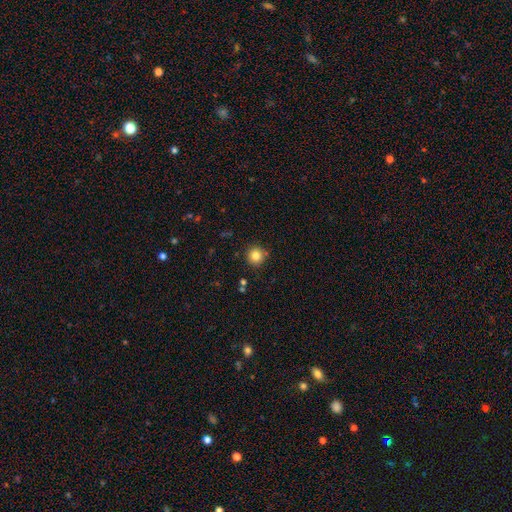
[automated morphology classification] The model was most divided on "smooth or featured": smooth: 82%, star or artifact: 11%, featured or disk: 6%. More confident: how rounded — round (94%); merging — none (87%).